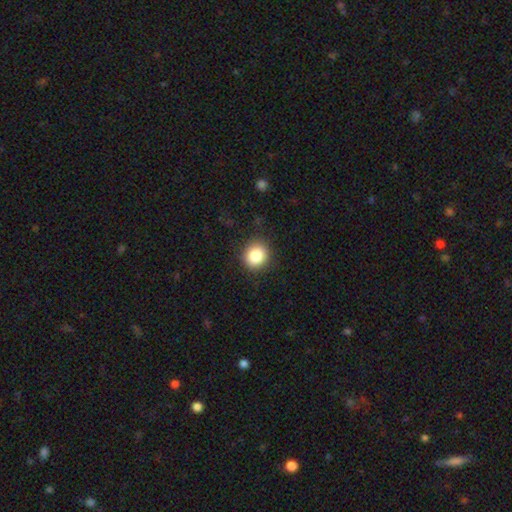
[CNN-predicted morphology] This appears to be a smooth galaxy with no disk features (86%) that is round (84%). Merging: none (88%).